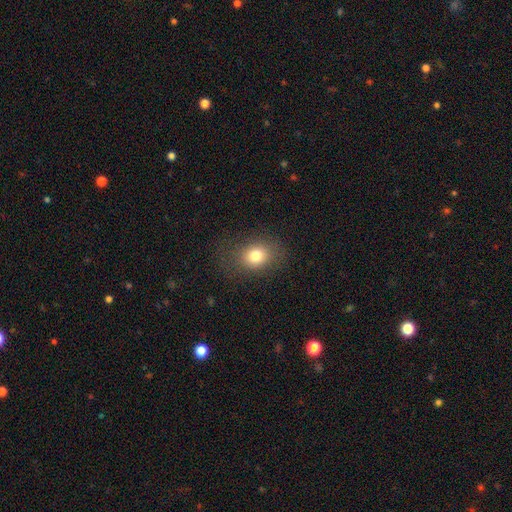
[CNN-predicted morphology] smooth_or_featured: smooth (p=0.77) [alt: star or artifact p=0.12]
how_rounded: in between (p=0.54) [alt: round p=0.45]
merging: none (p=0.79) [alt: minor disturbance p=0.13]